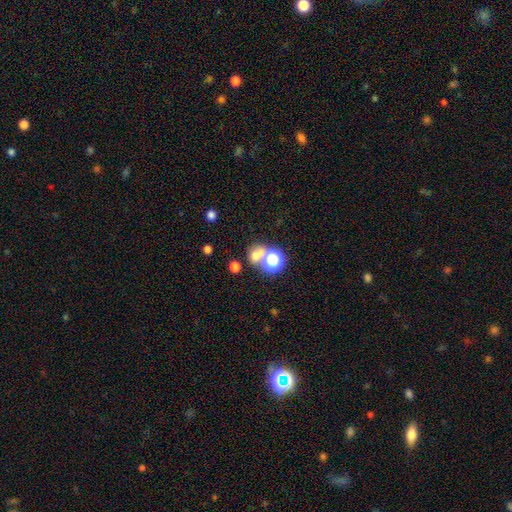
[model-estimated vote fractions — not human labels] Overall: smooth (60%; star or artifact 28%). How rounded: round (65%; in between 33%). Merging: none (44%; merger 42%).